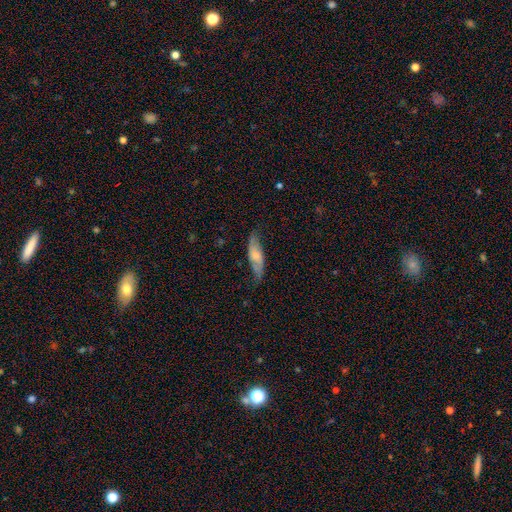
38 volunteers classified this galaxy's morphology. Q: Smooth or featured?
A: smooth (50%); runner-up: featured or disk (45%)
Q: How rounded?
A: in between (53%); runner-up: cigar-shaped (42%)
Q: Merging?
A: none (72%); runner-up: minor disturbance (19%)